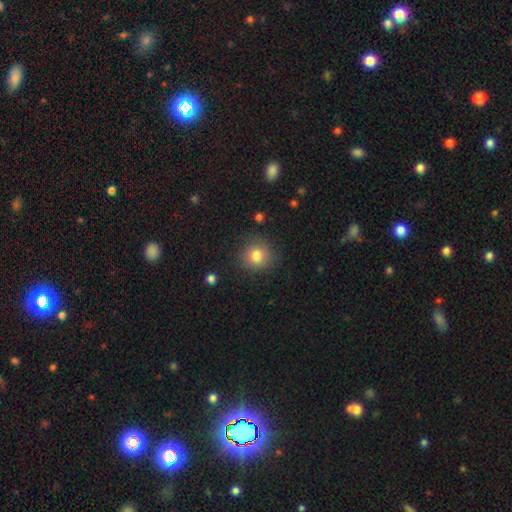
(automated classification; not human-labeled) Smooth or featured? Predicted: smooth (p=0.81). How rounded? Predicted: round (p=0.88). Merging? Predicted: none (p=0.84).